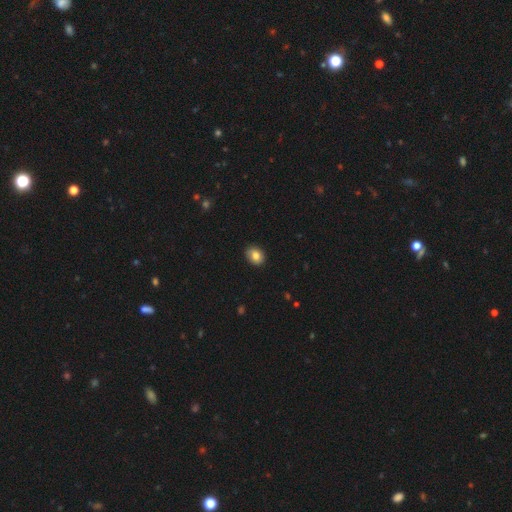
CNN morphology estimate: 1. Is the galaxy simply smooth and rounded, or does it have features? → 82% smooth, 10% featured or disk, 8% star or artifact.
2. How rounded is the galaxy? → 60% in between, 39% round, 1% cigar-shaped.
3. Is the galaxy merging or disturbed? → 87% none, 10% minor disturbance, 2% major disturbance, 1% merger.